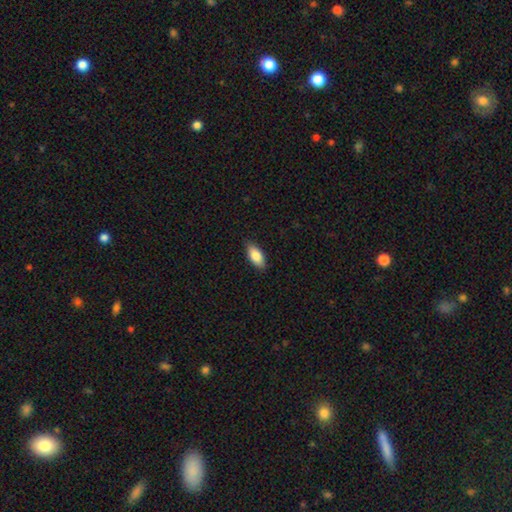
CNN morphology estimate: smooth 83%, featured or disk 10%, star or artifact 6%. Down the decision tree: how rounded — in between (89%); merging — none (87%).